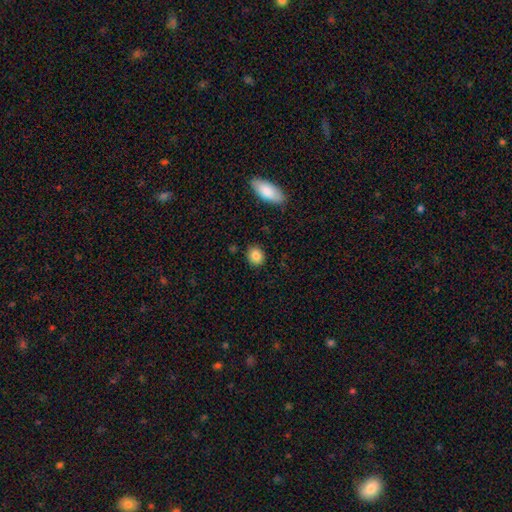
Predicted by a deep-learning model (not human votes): This appears to be a smooth galaxy with no disk features (86%) that is round (74%). Merging: none (88%).